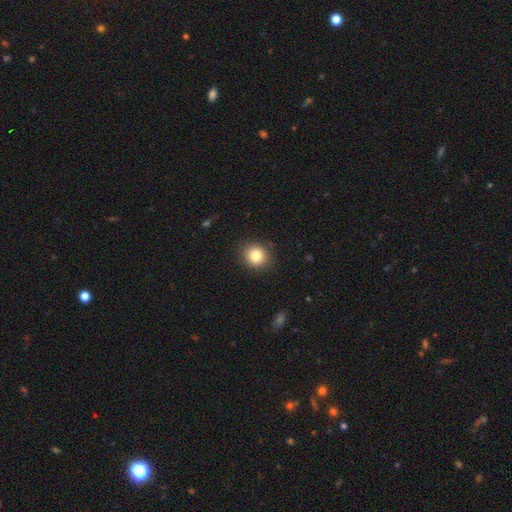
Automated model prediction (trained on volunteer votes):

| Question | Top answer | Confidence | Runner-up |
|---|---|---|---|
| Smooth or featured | smooth | 82% | star or artifact (11%) |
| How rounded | round | 85% | in between (14%) |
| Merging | none | 88% | minor disturbance (8%) |